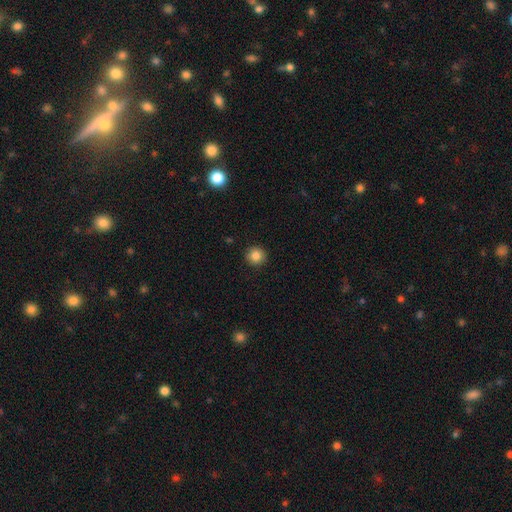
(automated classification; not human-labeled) smooth 85%, star or artifact 10%, featured or disk 4%. Down the decision tree: how rounded — round (94%); merging — none (92%).